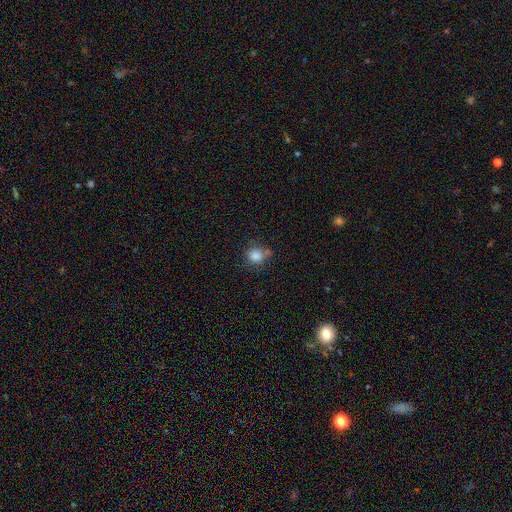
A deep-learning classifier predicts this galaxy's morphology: The model was most divided on "merging": none: 64%, minor disturbance: 21%, merger: 9%, major disturbance: 6%. More confident: how rounded — round (84%); smooth or featured — smooth (83%).